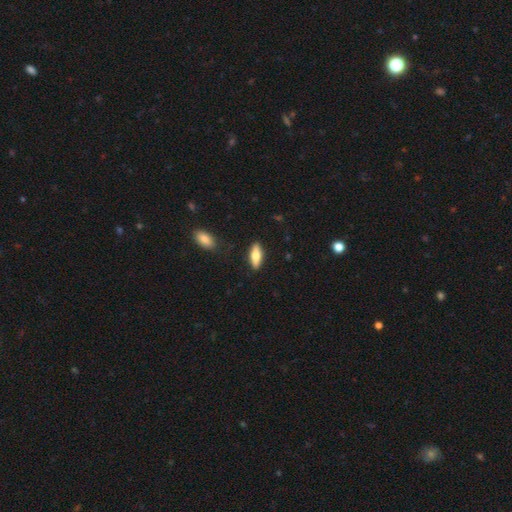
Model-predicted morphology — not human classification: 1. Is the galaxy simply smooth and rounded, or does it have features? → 64% smooth, 30% featured or disk, 6% star or artifact.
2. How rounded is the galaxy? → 61% in between, 36% cigar-shaped, 2% round.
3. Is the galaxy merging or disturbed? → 87% none, 9% minor disturbance, 2% major disturbance, 2% merger.